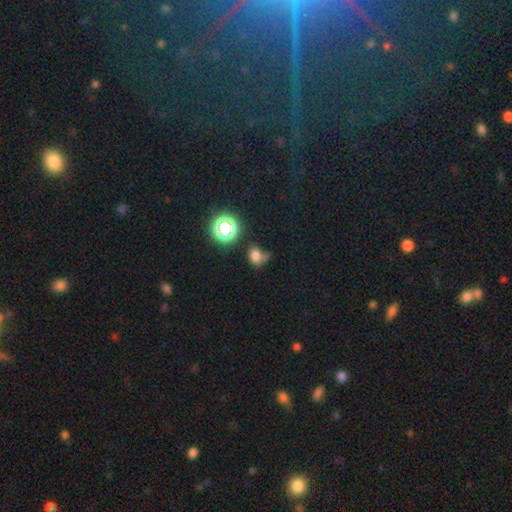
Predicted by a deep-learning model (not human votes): Smooth or featured: smooth — 70% (star or artifact — 20%)
How rounded: round — 60% (in between — 39%)
Merging: none — 39% (minor disturbance — 31%)